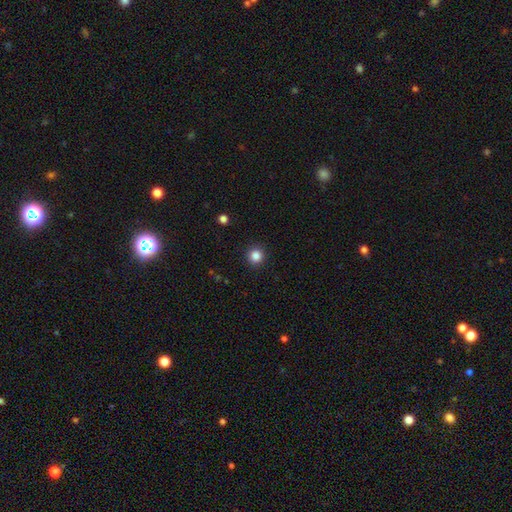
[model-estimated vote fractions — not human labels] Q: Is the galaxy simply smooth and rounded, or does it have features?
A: smooth — 85%.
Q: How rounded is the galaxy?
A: round — 94%.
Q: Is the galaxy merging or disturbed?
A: none — 92%.